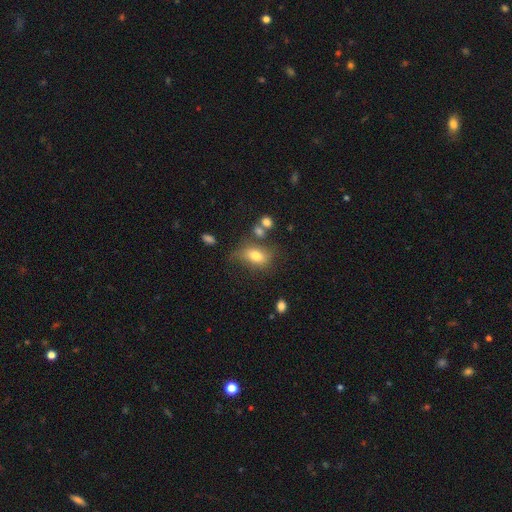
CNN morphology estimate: Overall: smooth (74%). How rounded: in between (80%). Merging: none (49%; minor disturbance 26%).